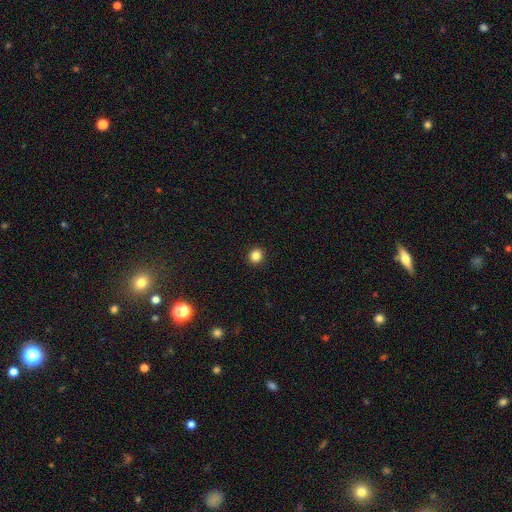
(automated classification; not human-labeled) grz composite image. It shows a smooth galaxy with no disk features (84%) that is round (91%). Merging: none (94%).